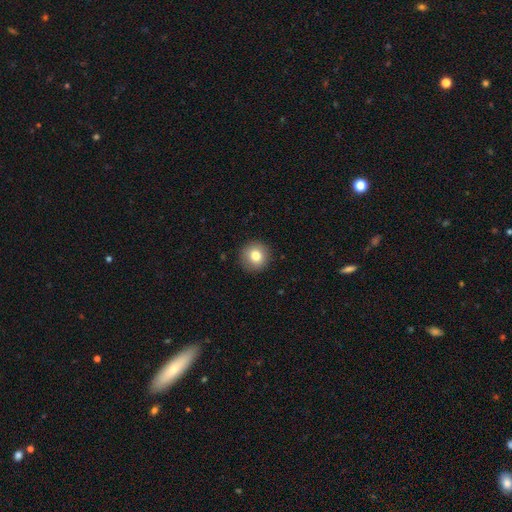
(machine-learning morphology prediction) smooth-or-featured: smooth: 81% | star or artifact: 10% | featured or disk: 9%
  how-rounded: round: 94% | in between: 5% | cigar-shaped: 1%
  merging: none: 92% | minor disturbance: 6% | major disturbance: 2% | merger: 1%